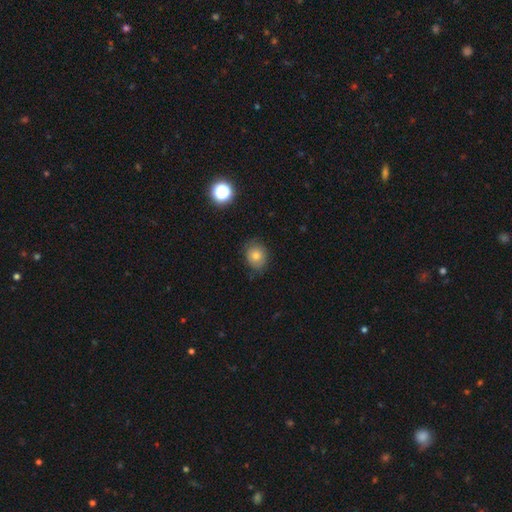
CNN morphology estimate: Smooth or featured?
  - smooth: 75% *
  - featured or disk: 13%
  - star or artifact: 12%
How rounded?
  - round: 67% *
  - in between: 32%
  - cigar-shaped: 1%
Merging?
  - none: 77% *
  - minor disturbance: 18%
  - major disturbance: 4%
  - merger: 1%